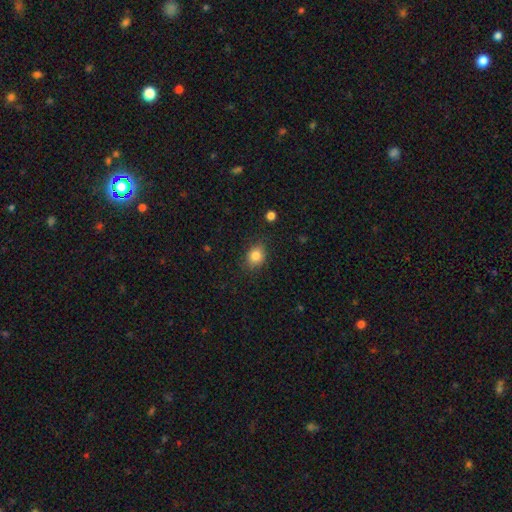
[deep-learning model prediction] A smooth galaxy with no disk features (83%) that is in between round and cigar-shaped (50%).

Vote fractions:
- Smooth or featured? smooth: 83% / star or artifact: 10% / featured or disk: 7%
- How rounded? in between: 50% / round: 49% / cigar-shaped: 1%
- Merging? none: 81% / minor disturbance: 15% / major disturbance: 3% / merger: 1%